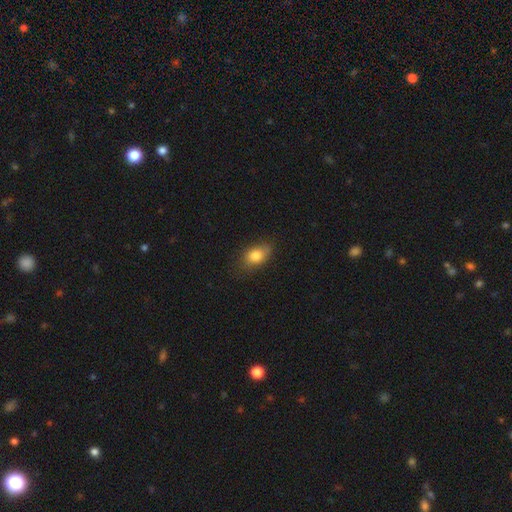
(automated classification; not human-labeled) Morphology: type=smooth (81%); roundness=in between (81%); merging=none (75%).